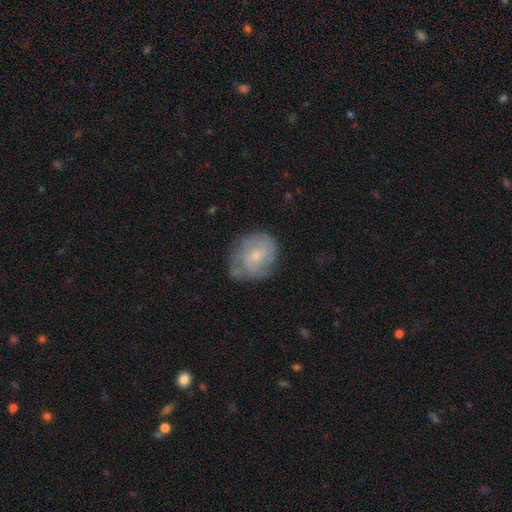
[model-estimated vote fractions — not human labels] The model was most divided on "spiral arm count": can't tell: 40%, 2: 28%, 3: 17%, 4: 6%, 1: 5%, more than 4: 4%. More confident: edge-on disk — no (97%); spiral arms — yes (83%); bulge size — small (67%); bar — no (66%); merging — none (65%); smooth or featured — featured or disk (63%); spiral winding — tight (51%).